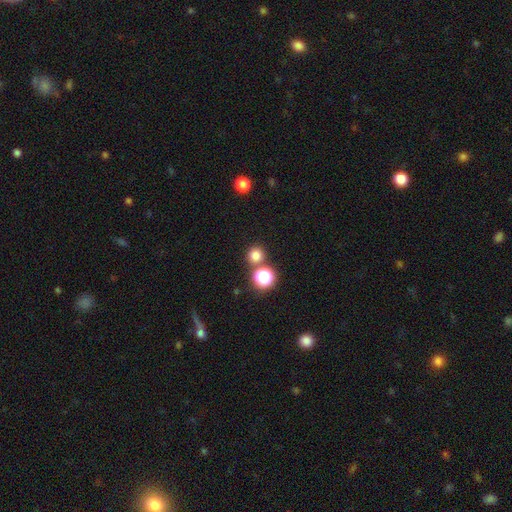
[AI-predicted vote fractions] Morphology: type=smooth (76%); roundness=round (93%); merging=none (78%).